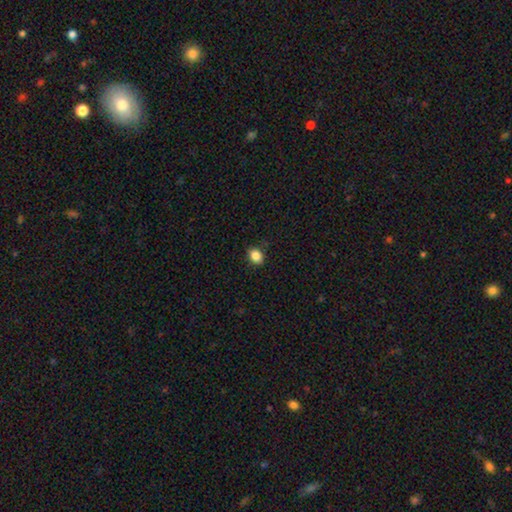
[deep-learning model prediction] Morphology: type=smooth (86%); roundness=in between (55%); merging=none (87%).